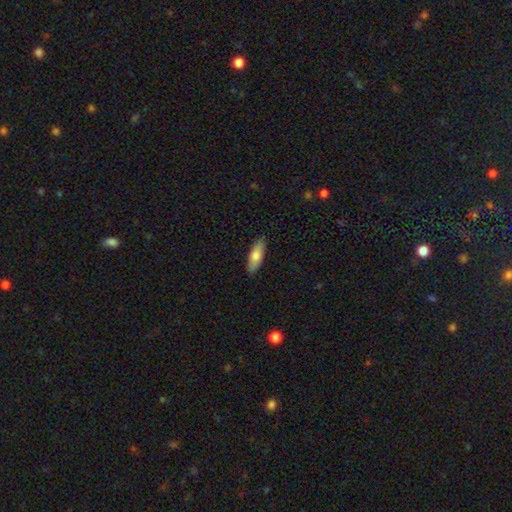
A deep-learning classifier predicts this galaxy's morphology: This is likely a smooth galaxy (74%). How rounded: possibly in between (59%). Merging: clearly none (89%).